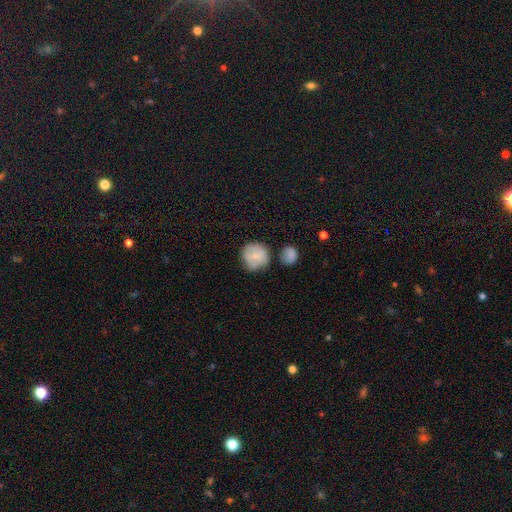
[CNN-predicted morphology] type=smooth (72%); roundness=round (87%); merging=none (60%).